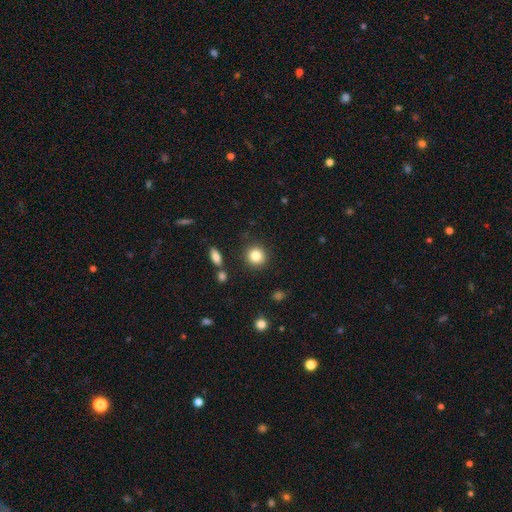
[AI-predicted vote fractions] smooth-or-featured: smooth: 84% | star or artifact: 10% | featured or disk: 6%
  how-rounded: round: 90% | in between: 9% | cigar-shaped: 1%
  merging: none: 88% | minor disturbance: 7% | major disturbance: 3% | merger: 3%